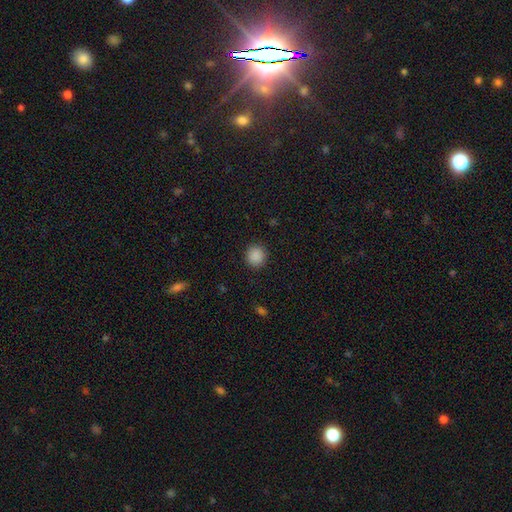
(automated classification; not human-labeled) Smooth or featured? Predicted: smooth (p=0.88). How rounded? Predicted: round (p=0.91). Merging? Predicted: none (p=0.91).